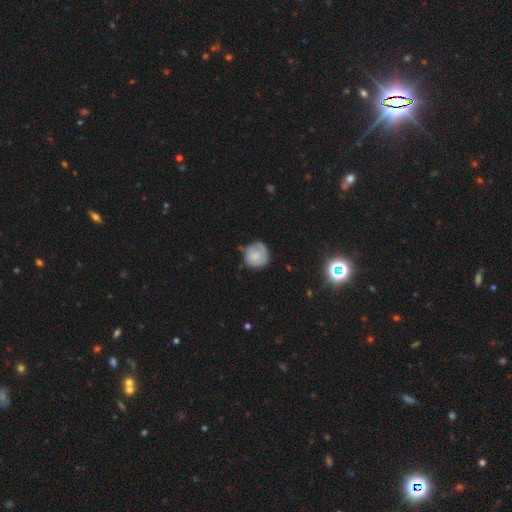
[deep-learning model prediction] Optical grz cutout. It shows a smooth galaxy with no disk features (65%) that is round (89%). Merging: none (62%).